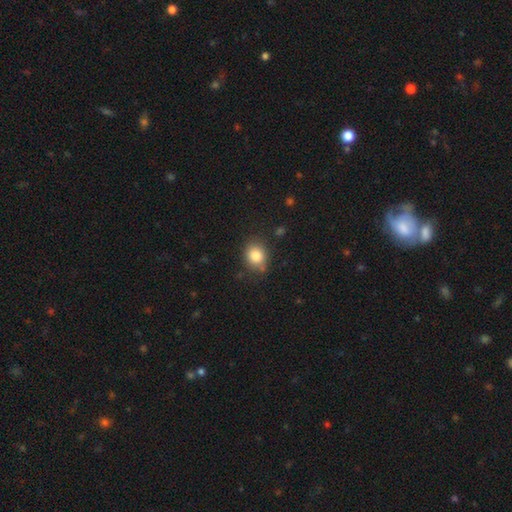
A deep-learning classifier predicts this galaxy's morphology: This appears to be a smooth galaxy with no disk features (83%) that is round (66%). Merging: none (76%).